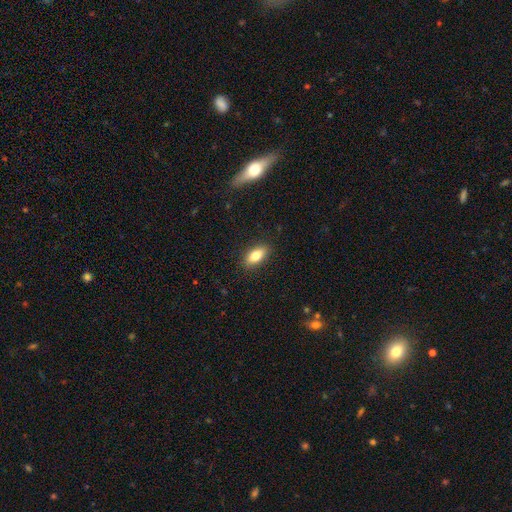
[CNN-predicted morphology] smooth 80%, featured or disk 12%, star or artifact 7%. Down the decision tree: how rounded — in between (83%); merging — none (88%).